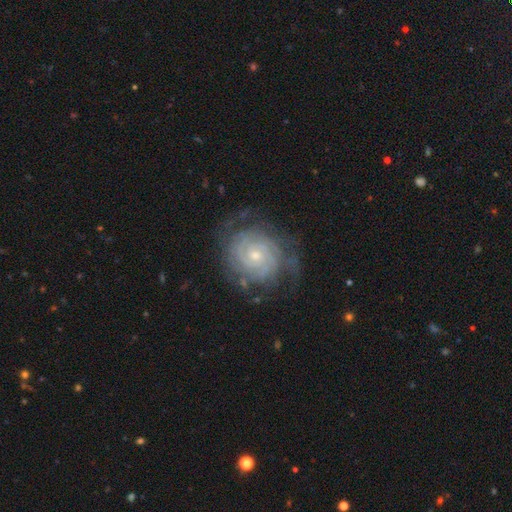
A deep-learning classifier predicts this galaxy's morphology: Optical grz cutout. It shows a featured or disk galaxy (88%) with no bar (72%), tight (82%) spiral arms (97%) and a small central bulge (66%). Merging: none (71%).